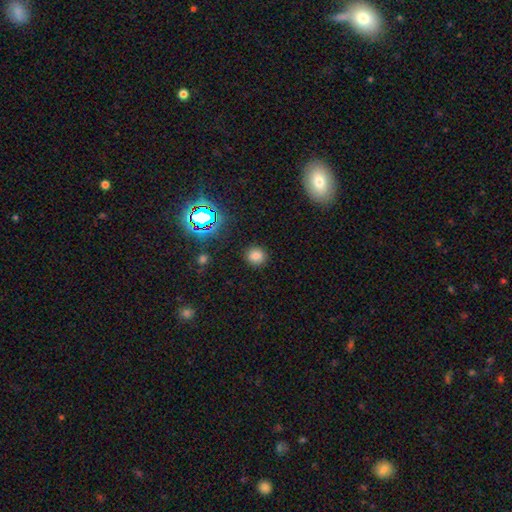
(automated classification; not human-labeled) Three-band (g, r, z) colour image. It shows a smooth galaxy with no disk features (76%) that is round (85%). Merging: none (88%).